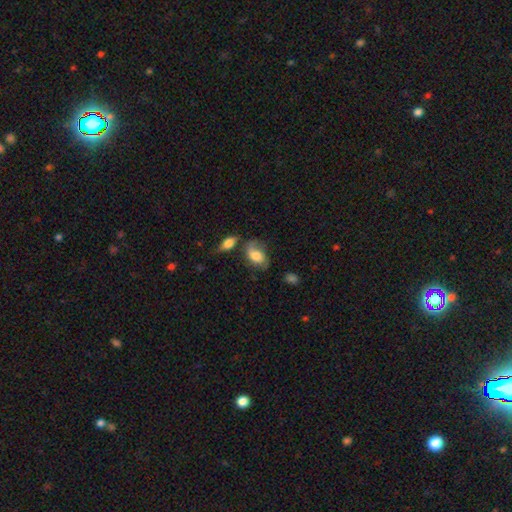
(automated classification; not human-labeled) smooth-or-featured: smooth: 64% | featured or disk: 28% | star or artifact: 7%
  how-rounded: in between: 88% | round: 10% | cigar-shaped: 2%
  merging: none: 46% | minor disturbance: 27% | merger: 14% | major disturbance: 13%